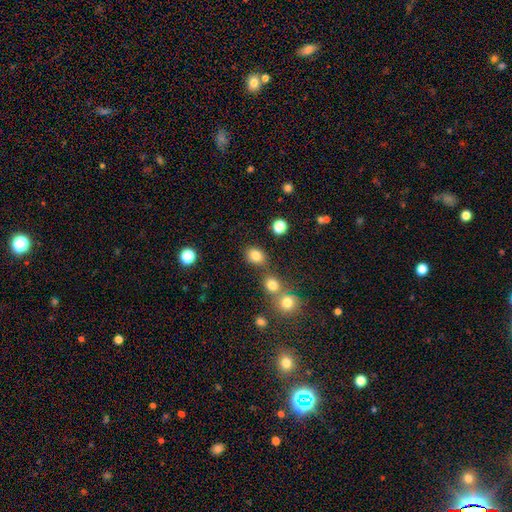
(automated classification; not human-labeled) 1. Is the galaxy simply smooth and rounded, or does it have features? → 81% smooth, 13% star or artifact, 6% featured or disk.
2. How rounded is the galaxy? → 52% round, 46% in between, 1% cigar-shaped.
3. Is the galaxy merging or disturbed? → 72% none, 12% merger, 12% minor disturbance, 4% major disturbance.